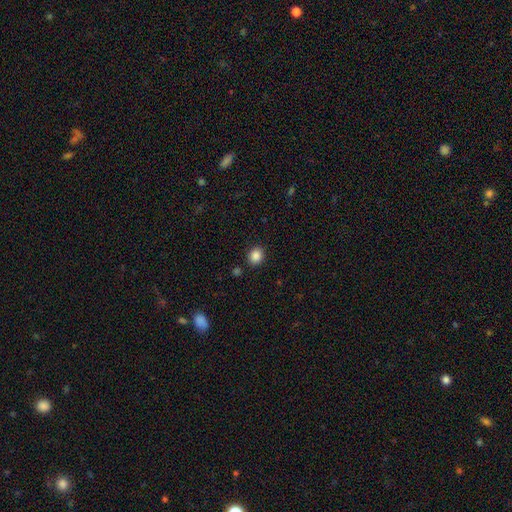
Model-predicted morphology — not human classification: Smooth or featured? Predicted: smooth (p=0.86). How rounded? Predicted: round (p=0.68). Merging? Predicted: none (p=0.88).